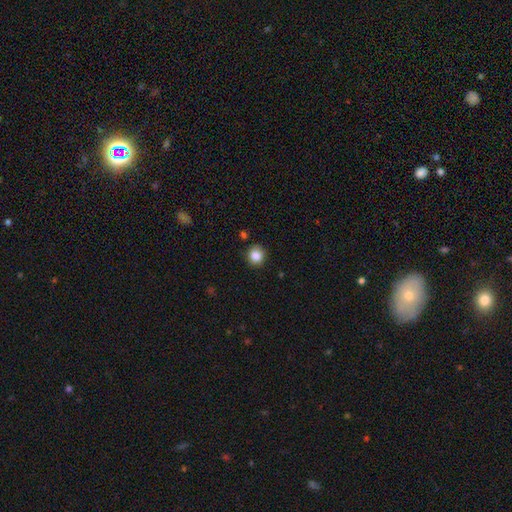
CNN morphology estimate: Smooth or featured?
  - smooth: 85% *
  - star or artifact: 10%
  - featured or disk: 5%
How rounded?
  - round: 88% *
  - in between: 11%
  - cigar-shaped: 1%
Merging?
  - none: 87% *
  - minor disturbance: 9%
  - major disturbance: 2%
  - merger: 2%